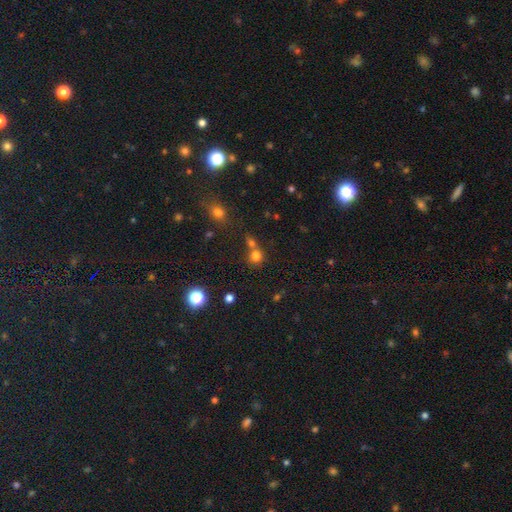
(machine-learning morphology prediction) smooth 74%, star or artifact 19%, featured or disk 7%. Down the decision tree: how rounded — round (79%); merging — none (50%).